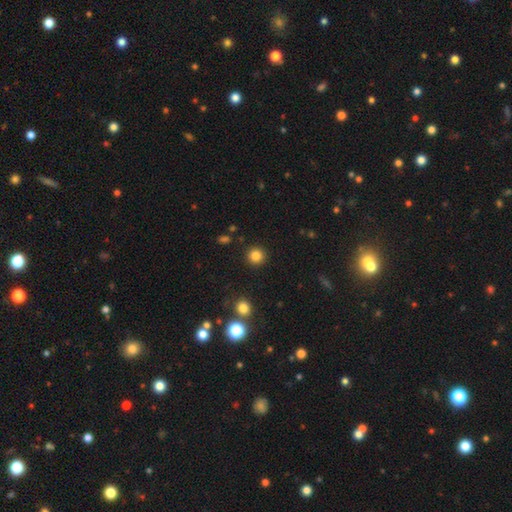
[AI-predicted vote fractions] Smooth or featured? smooth (84%)
How rounded? round (94%)
Merging? none (92%)